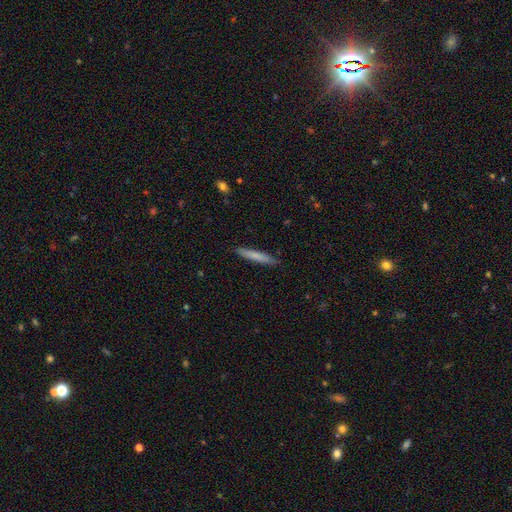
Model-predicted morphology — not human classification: smooth_or_featured: smooth (p=0.74) [alt: featured or disk p=0.21]
how_rounded: cigar-shaped (p=0.94) [alt: in between p=0.04]
merging: none (p=0.89) [alt: minor disturbance p=0.08]